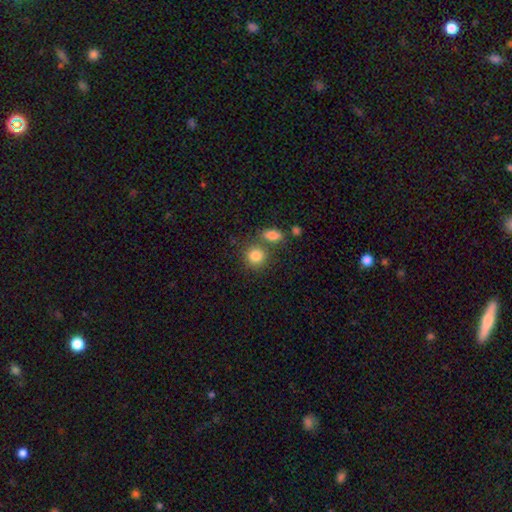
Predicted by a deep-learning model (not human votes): This appears to be a smooth galaxy with no disk features (84%) that is round (79%). Merging: none (63%).